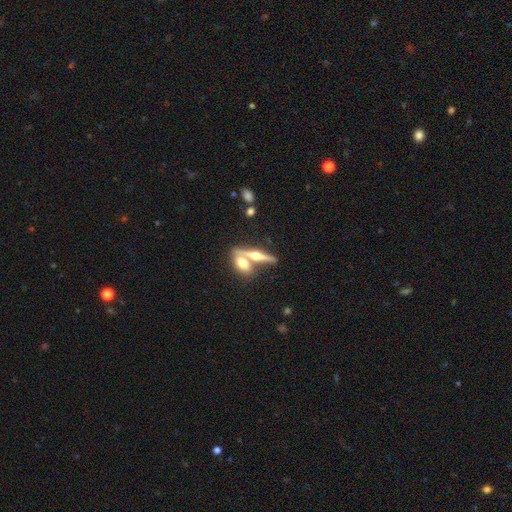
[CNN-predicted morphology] The model was most divided on "merging": none: 48%, merger: 41%, minor disturbance: 8%, major disturbance: 3%. More confident: edge-on bulge — rounded (95%); edge-on disk — yes (91%); smooth or featured — featured or disk (64%).